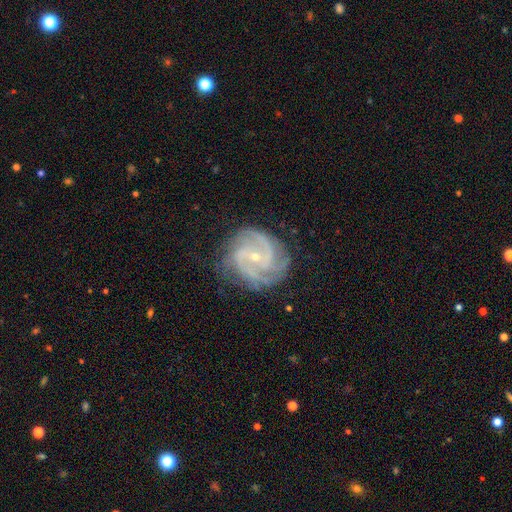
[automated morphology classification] Smooth or featured: featured or disk — 88% (star or artifact — 7%)
Edge-on disk: no — 98% (yes — 2%)
Bar: no — 47% (weak — 37%)
Spiral arms: yes — 98% (no — 2%)
Spiral winding: tight — 61% (medium — 33%)
Spiral arm count: 3 — 35% (2 — 21%)
Bulge size: small — 75% (moderate — 22%)
Merging: none — 78% (minor disturbance — 16%)